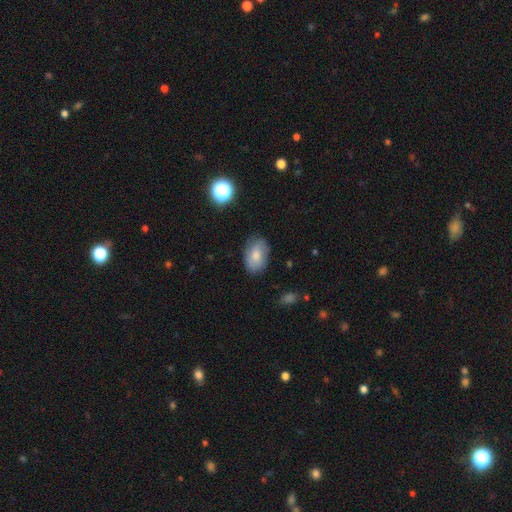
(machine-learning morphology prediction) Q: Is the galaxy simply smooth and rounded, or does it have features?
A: smooth — 71%.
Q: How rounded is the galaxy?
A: in between — 87%.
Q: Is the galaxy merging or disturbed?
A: none — 77%.